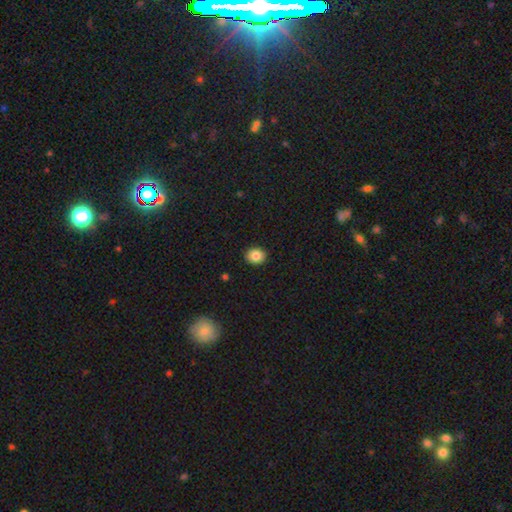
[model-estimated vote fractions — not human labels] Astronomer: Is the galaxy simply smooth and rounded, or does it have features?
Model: smooth — 84%.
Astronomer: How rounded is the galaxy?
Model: round — 68%.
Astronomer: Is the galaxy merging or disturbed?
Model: none — 91%.